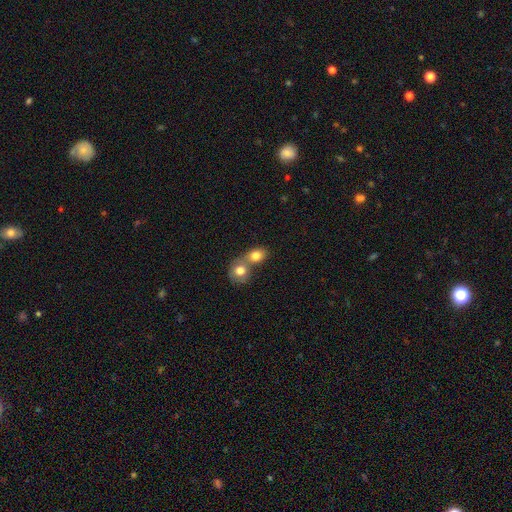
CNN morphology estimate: Smooth or featured? Predicted: smooth (p=0.80). How rounded? Predicted: round (p=0.57). Merging? Predicted: merger (p=0.64).